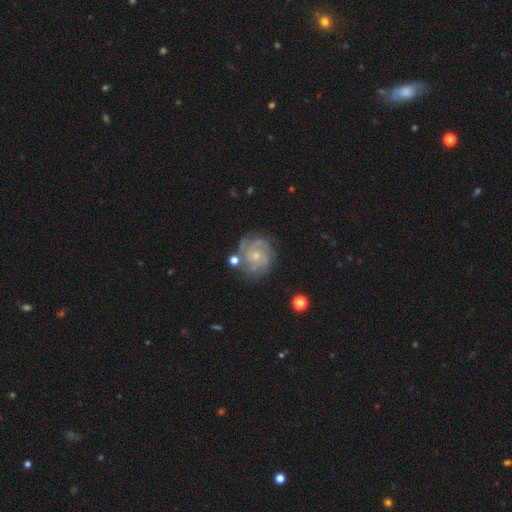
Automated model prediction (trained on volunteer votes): smooth_or_featured: featured or disk (p=0.85) [alt: smooth p=0.09]
disk_edge_on: no (p=0.98) [alt: yes p=0.02]
bar: no (p=0.73) [alt: weak p=0.23]
has_spiral_arms: yes (p=0.96) [alt: no p=0.04]
spiral_winding: tight (p=0.66) [alt: medium p=0.29]
spiral_arm_count: 2 (p=0.34) [alt: 3 p=0.30]
bulge_size: small (p=0.68) [alt: moderate p=0.27]
merging: none (p=0.73) [alt: minor disturbance p=0.17]